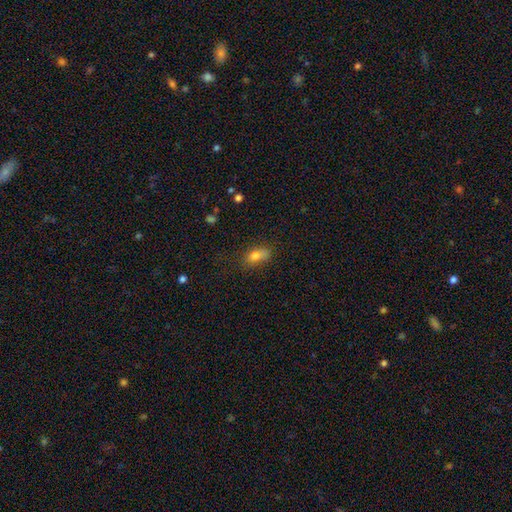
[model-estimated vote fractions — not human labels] This appears to be a smooth galaxy with no disk features (75%) that is in between round and cigar-shaped (77%). Merging: none (64%).